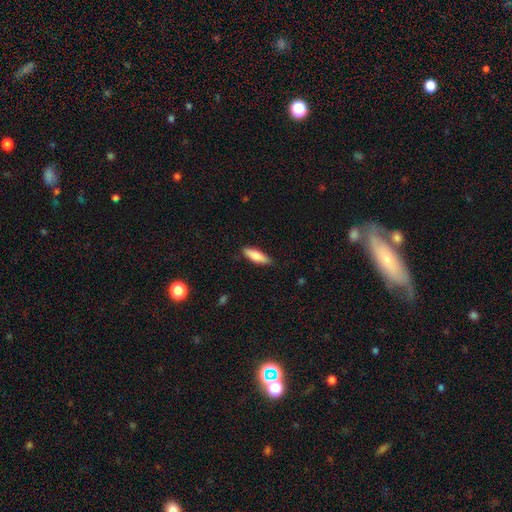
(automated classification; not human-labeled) Morphology: type=smooth (79%); roundness=cigar-shaped (51%); merging=none (85%).